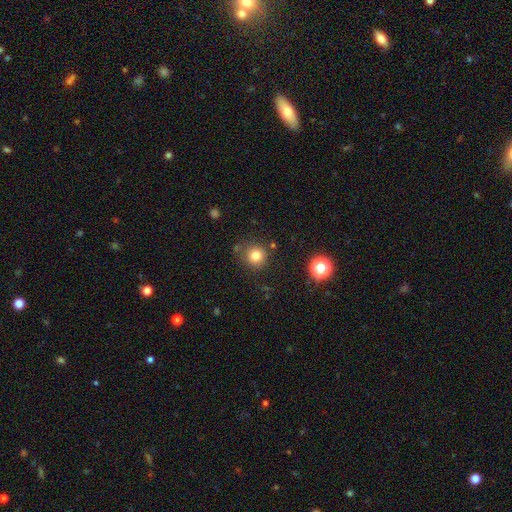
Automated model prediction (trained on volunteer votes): The model was most divided on "smooth or featured": smooth: 79%, star or artifact: 14%, featured or disk: 7%. More confident: how rounded — round (93%); merging — none (81%).